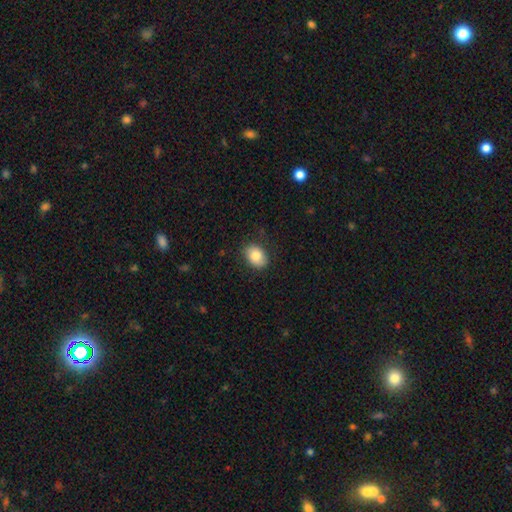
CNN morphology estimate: The model was most divided on "how rounded": in between: 73%, round: 27%, cigar-shaped: 1%. More confident: smooth or featured — smooth (84%); merging — none (82%).